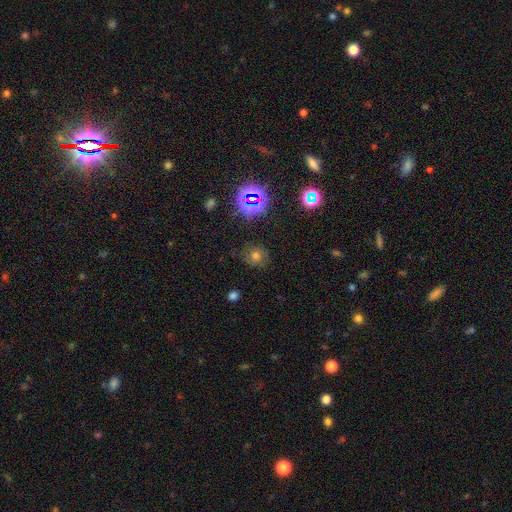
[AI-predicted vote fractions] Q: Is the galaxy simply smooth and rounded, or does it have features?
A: smooth — 63%.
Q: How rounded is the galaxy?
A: round — 86%.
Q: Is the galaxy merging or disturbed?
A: none — 78%.